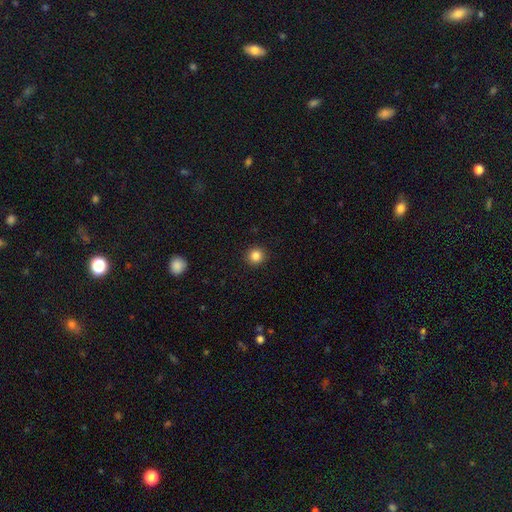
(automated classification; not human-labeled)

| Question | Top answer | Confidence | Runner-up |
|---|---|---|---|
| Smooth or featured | smooth | 85% | star or artifact (11%) |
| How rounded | round | 94% | in between (5%) |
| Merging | none | 92% | minor disturbance (5%) |